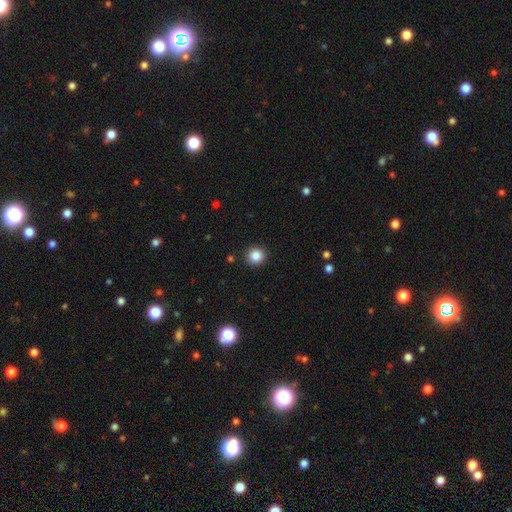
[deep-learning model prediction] smooth 85%, star or artifact 10%, featured or disk 4%. Down the decision tree: how rounded — round (94%); merging — none (92%).